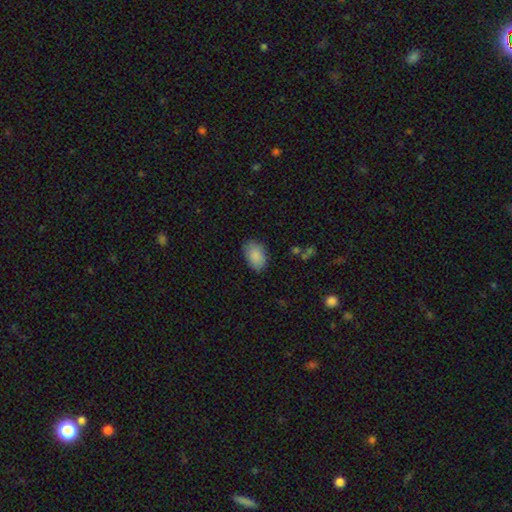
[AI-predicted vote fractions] Morphology: type=smooth (88%); roundness=in between (90%); merging=none (81%).